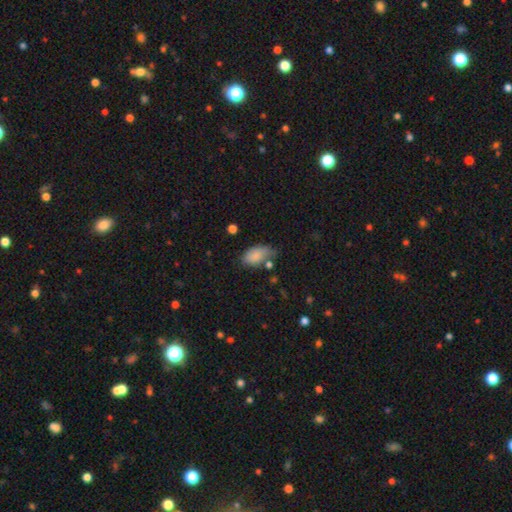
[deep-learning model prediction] Smooth or featured? smooth (83%)
How rounded? in between (92%)
Merging? none (49%)